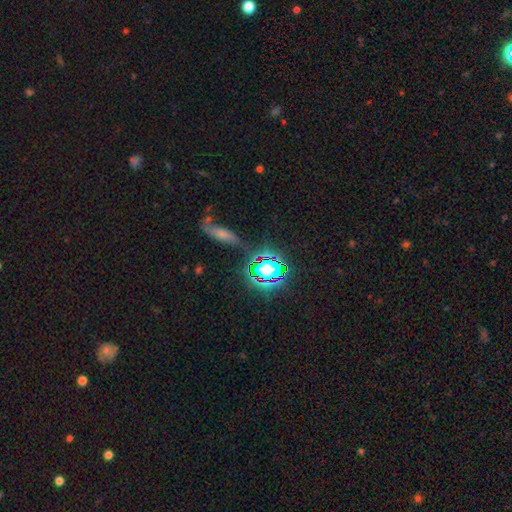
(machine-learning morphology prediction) Smooth or featured?
  - star or artifact: 59% *
  - featured or disk: 21%
  - smooth: 19%